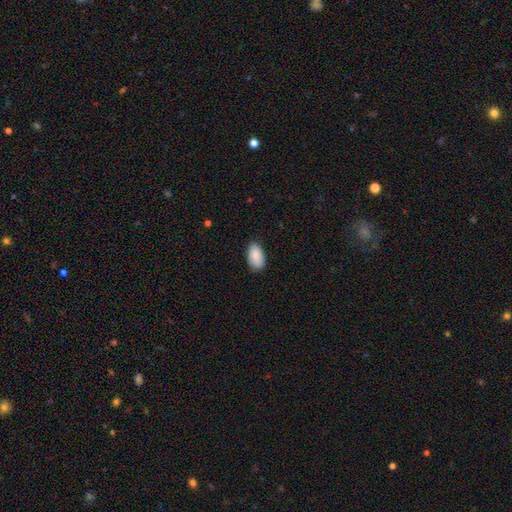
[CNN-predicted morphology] Smooth or featured? smooth (88%)
How rounded? in between (95%)
Merging? none (83%)